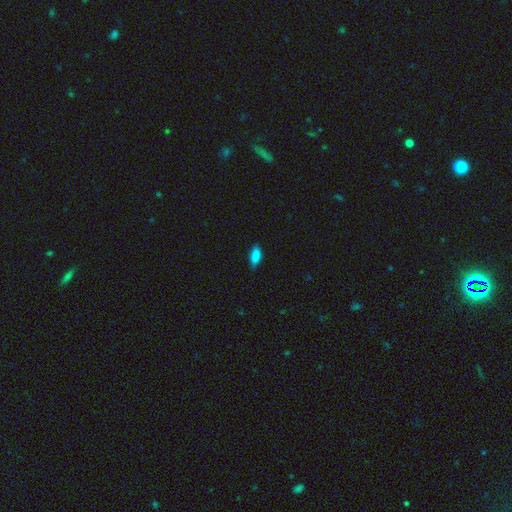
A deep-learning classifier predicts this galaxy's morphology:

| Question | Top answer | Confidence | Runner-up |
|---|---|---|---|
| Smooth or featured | smooth | 87% | star or artifact (7%) |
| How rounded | in between | 84% | cigar-shaped (13%) |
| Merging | none | 74% | minor disturbance (22%) |